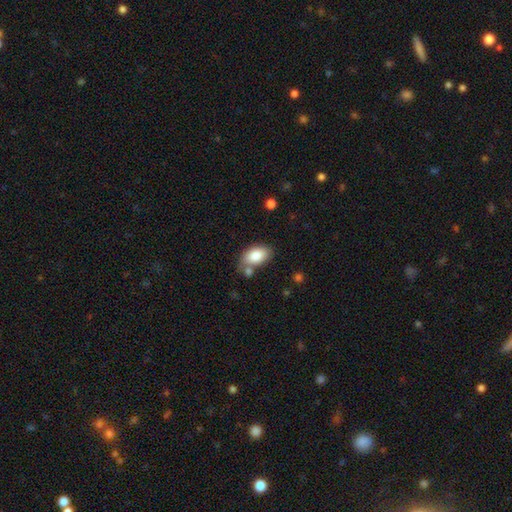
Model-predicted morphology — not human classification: A smooth galaxy with no disk features (83%) that is in between round and cigar-shaped (92%).

Vote fractions:
- Smooth or featured? smooth: 83% / featured or disk: 10% / star or artifact: 7%
- How rounded? in between: 92% / round: 6% / cigar-shaped: 2%
- Merging? none: 62% / minor disturbance: 17% / merger: 16% / major disturbance: 5%